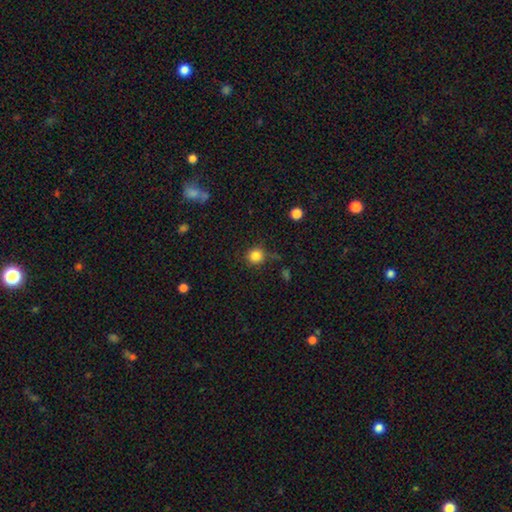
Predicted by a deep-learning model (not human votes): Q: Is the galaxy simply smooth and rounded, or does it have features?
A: smooth — 83%.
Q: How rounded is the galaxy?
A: round — 91%.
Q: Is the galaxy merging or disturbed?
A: none — 79%.